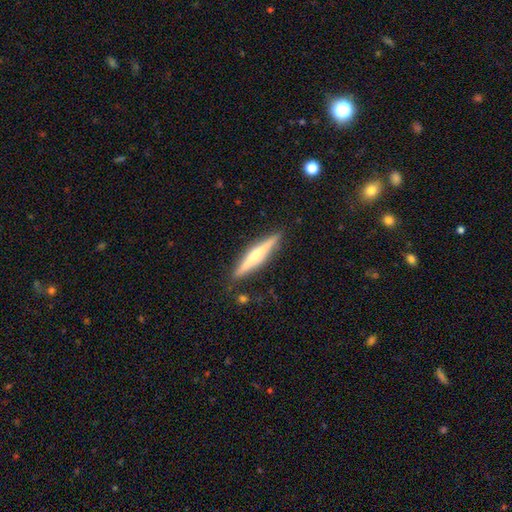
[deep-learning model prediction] featured or disk 66%, smooth 29%, star or artifact 5%. Down the decision tree: edge-on disk — yes (97%); edge-on bulge — rounded (77%); merging — none (89%).